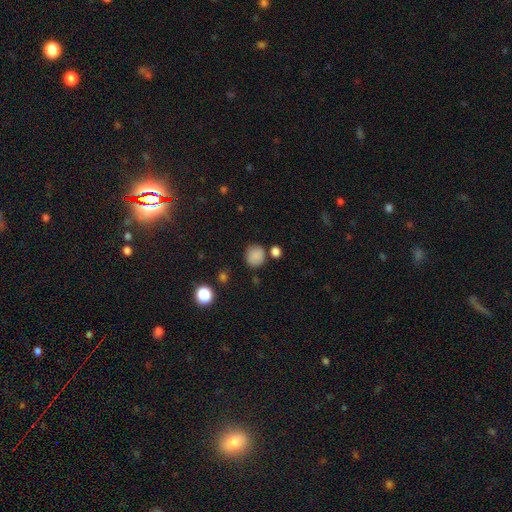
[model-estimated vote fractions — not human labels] This appears to be a smooth galaxy with no disk features (84%) that is round (85%). Merging: none (76%).